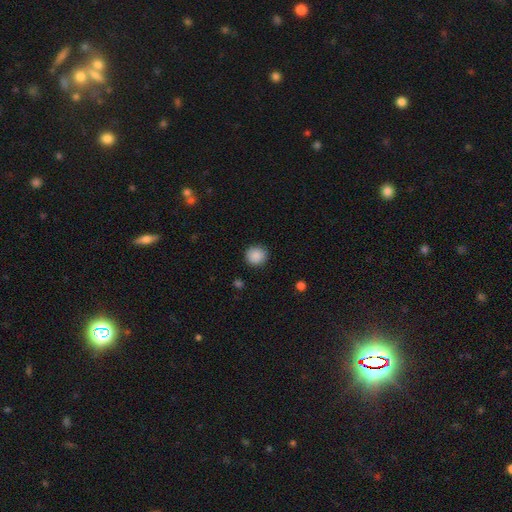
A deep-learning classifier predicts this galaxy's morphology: This appears to be a smooth galaxy with no disk features (89%) that is round (91%). Merging: none (91%).